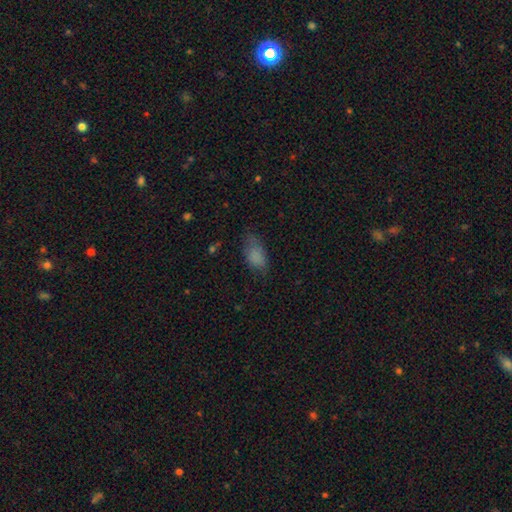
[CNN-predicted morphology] Overall: smooth (81%). How rounded: in between (91%). Merging: none (59%; minor disturbance 28%).